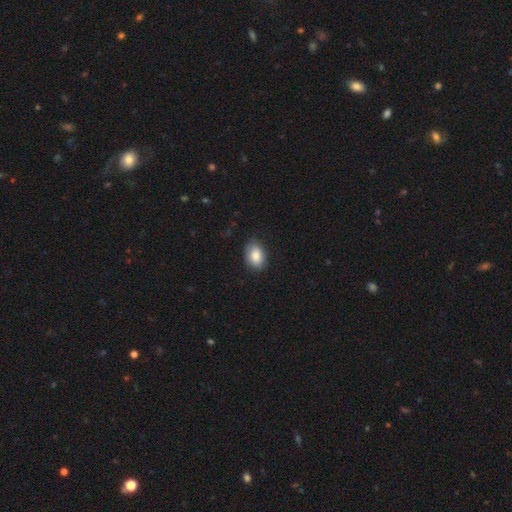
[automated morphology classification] Smooth or featured?
  - smooth: 82% *
  - featured or disk: 10%
  - star or artifact: 7%
How rounded?
  - in between: 83% *
  - round: 15%
  - cigar-shaped: 1%
Merging?
  - none: 77% *
  - minor disturbance: 19%
  - major disturbance: 3%
  - merger: 1%